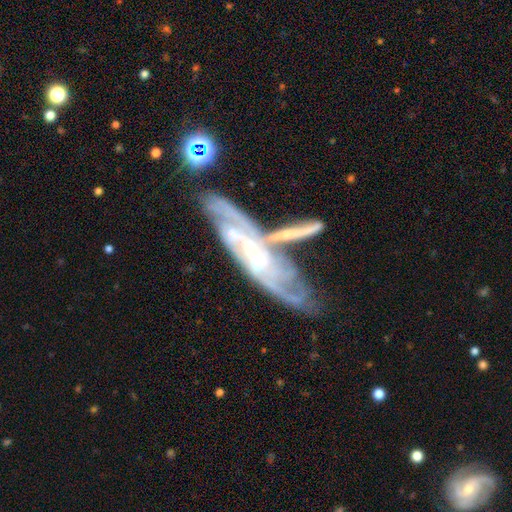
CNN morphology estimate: Smooth or featured? featured or disk (86%)
Edge-on disk? no (79%)
Bar? no (53%)
Spiral arms? yes (92%)
Spiral winding? tight (54%)
Spiral arm count? can't tell (37%)
Bulge size? small (51%)
Merging? none (41%)